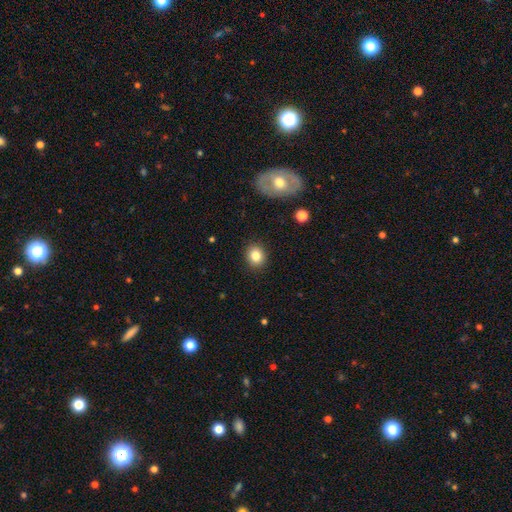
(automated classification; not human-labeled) Smooth or featured: smooth — 83% (star or artifact — 10%)
How rounded: round — 75% (in between — 24%)
Merging: none — 90% (minor disturbance — 6%)